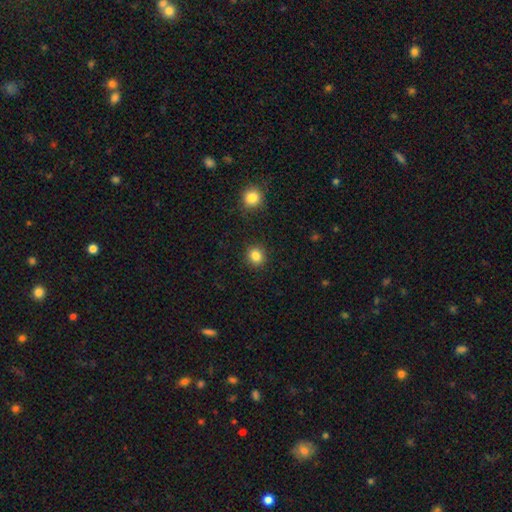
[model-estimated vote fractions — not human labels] smooth_or_featured: smooth (p=0.84) [alt: star or artifact p=0.11]
how_rounded: round (p=0.85) [alt: in between p=0.14]
merging: none (p=0.90) [alt: minor disturbance p=0.06]